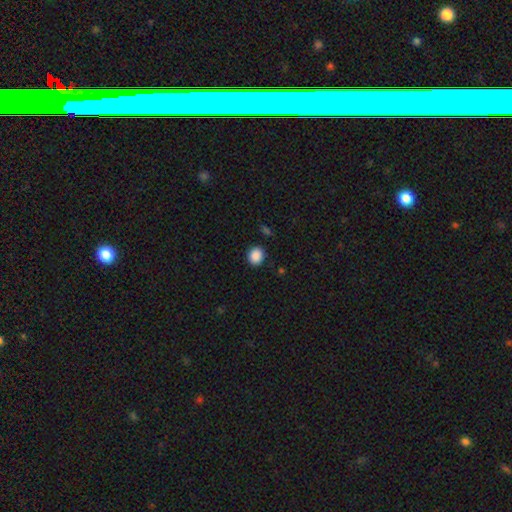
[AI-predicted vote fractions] Smooth or featured? Predicted: smooth (p=0.89). How rounded? Predicted: round (p=0.77). Merging? Predicted: none (p=0.89).